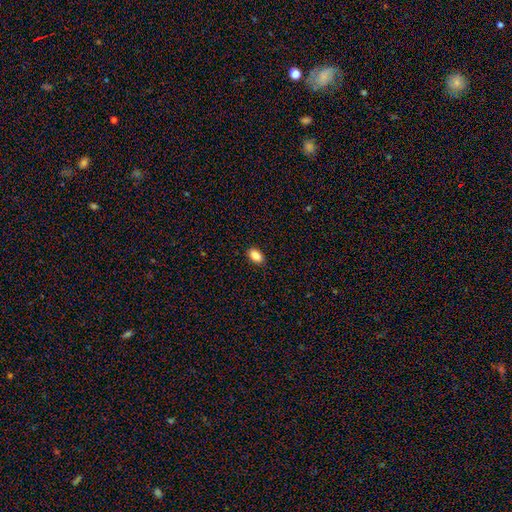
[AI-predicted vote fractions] smooth 88%, star or artifact 8%, featured or disk 4%. Down the decision tree: how rounded — in between (91%); merging — none (88%).